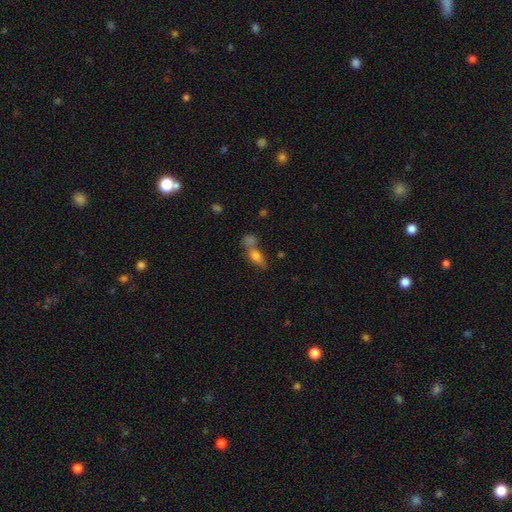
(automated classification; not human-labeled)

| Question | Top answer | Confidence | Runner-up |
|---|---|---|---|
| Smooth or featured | smooth | 73% | featured or disk (17%) |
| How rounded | in between | 75% | cigar-shaped (13%) |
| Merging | merger | 45% | none (38%) |